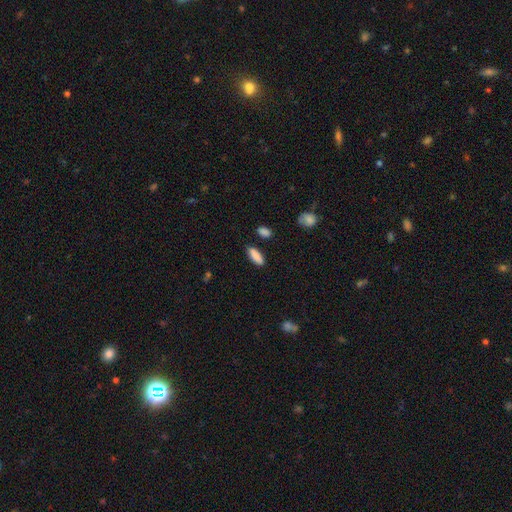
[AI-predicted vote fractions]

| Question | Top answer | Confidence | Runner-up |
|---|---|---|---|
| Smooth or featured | smooth | 88% | star or artifact (7%) |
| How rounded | in between | 64% | cigar-shaped (34%) |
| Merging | none | 84% | minor disturbance (11%) |